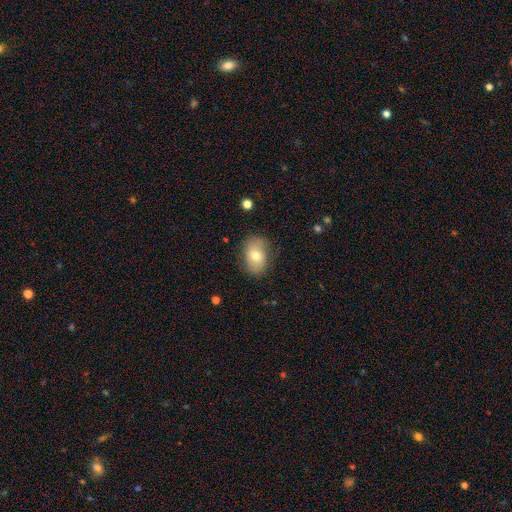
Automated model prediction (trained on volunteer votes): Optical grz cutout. It shows a smooth galaxy with no disk features (69%) that is in between round and cigar-shaped (83%). Merging: none (78%).